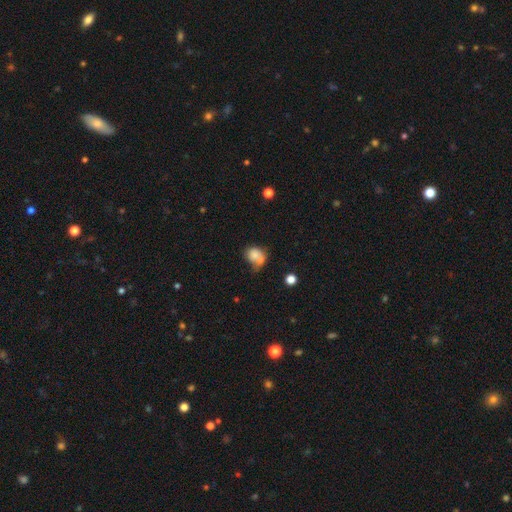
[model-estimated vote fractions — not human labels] smooth 76%, featured or disk 14%, star or artifact 10%. Down the decision tree: how rounded — in between (49%, tied with round); merging — merger (36%).